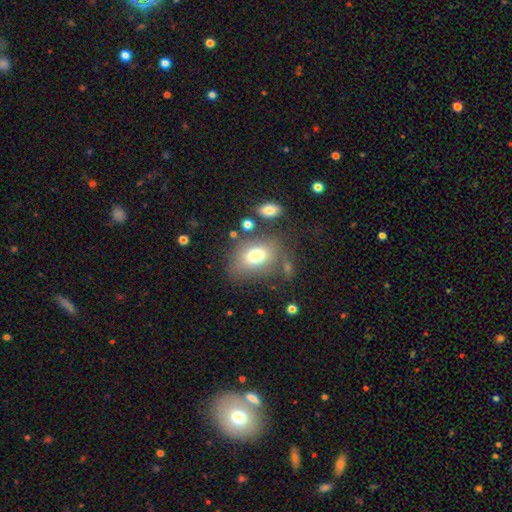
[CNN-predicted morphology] smooth-or-featured: smooth: 72% | featured or disk: 16% | star or artifact: 12%
  how-rounded: in between: 69% | round: 29% | cigar-shaped: 2%
  merging: none: 63% | minor disturbance: 18% | major disturbance: 10% | merger: 10%